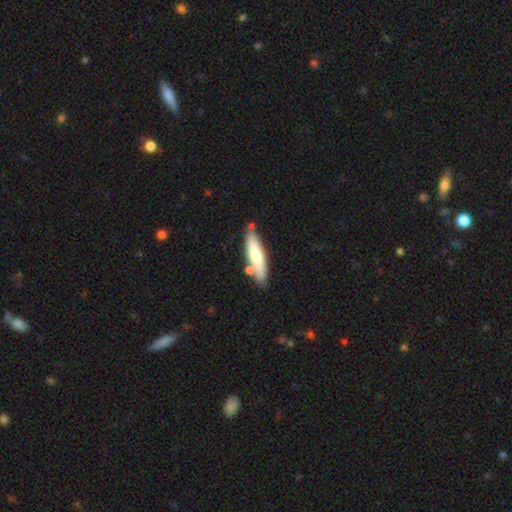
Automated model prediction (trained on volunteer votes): Overall: smooth (66%; featured or disk 28%). How rounded: cigar-shaped (74%). Merging: none (72%).